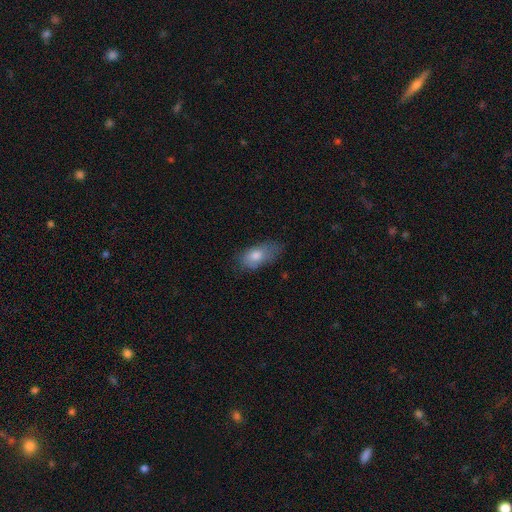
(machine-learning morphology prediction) smooth 77%, featured or disk 16%, star or artifact 8%. Down the decision tree: how rounded — in between (88%); merging — none (56%).